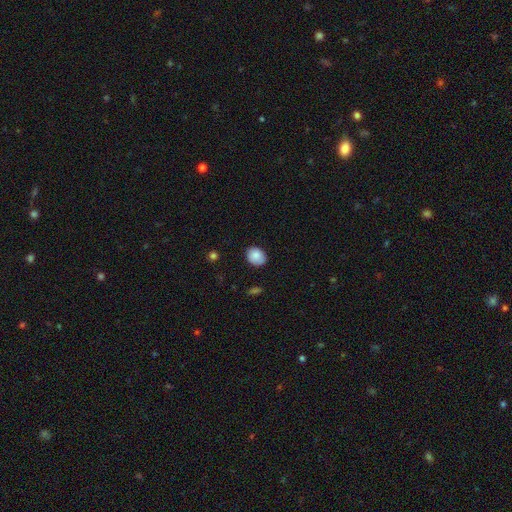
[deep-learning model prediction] This appears to be a smooth galaxy with no disk features (87%) that is round (50%). Merging: none (83%).